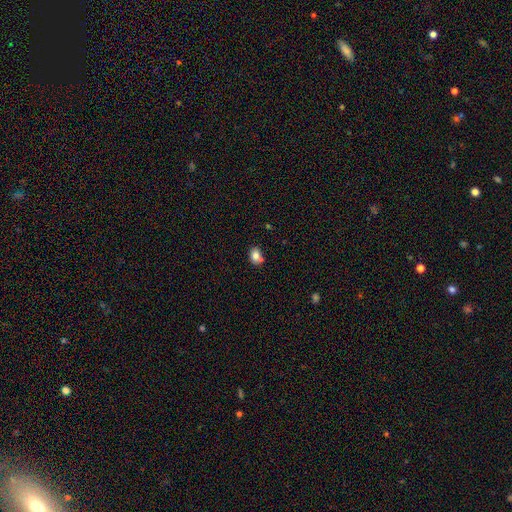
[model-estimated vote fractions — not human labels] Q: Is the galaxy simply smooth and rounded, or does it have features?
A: smooth — 80%.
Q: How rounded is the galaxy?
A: in between — 64%.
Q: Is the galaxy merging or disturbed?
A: none — 58%.